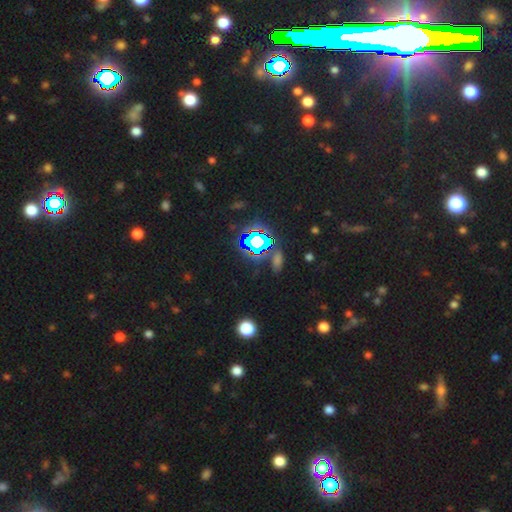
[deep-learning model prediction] smooth-or-featured: star or artifact: 79% | smooth: 13% | featured or disk: 8%